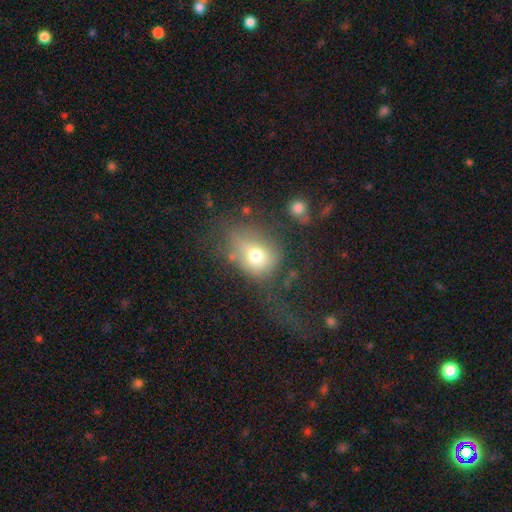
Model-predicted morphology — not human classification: Overall: smooth (67%). How rounded: round (52%; in between 46%). Merging: none (43%; major disturbance 28%).